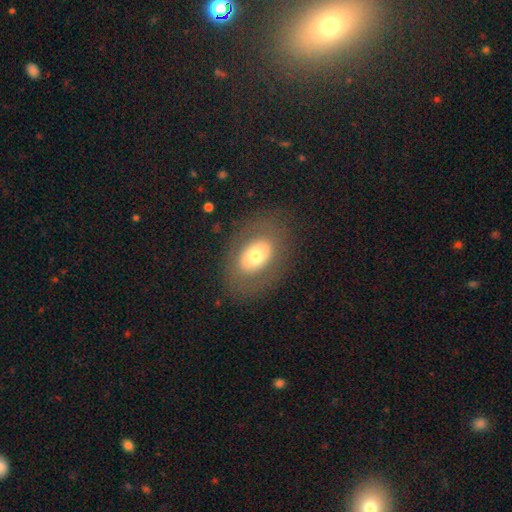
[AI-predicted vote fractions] A smooth galaxy with no disk features (60%) that is in between round and cigar-shaped (77%).

Vote fractions:
- Smooth or featured? smooth: 60% / featured or disk: 32% / star or artifact: 9%
- How rounded? in between: 77% / round: 22% / cigar-shaped: 1%
- Merging? none: 80% / minor disturbance: 11% / major disturbance: 8% / merger: 1%